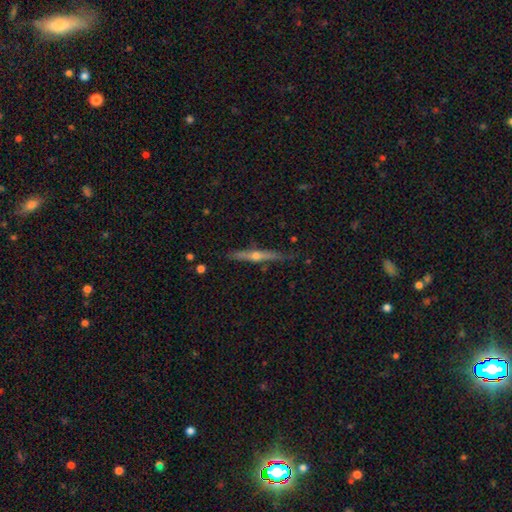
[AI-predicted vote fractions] smooth-or-featured: featured or disk: 68% | smooth: 25% | star or artifact: 7%
  disk-edge-on: yes: 96% | no: 4%
    edge-on-bulge: rounded: 88% | none: 9% | boxy: 3%
  merging: none: 78% | minor disturbance: 17% | major disturbance: 3% | merger: 2%